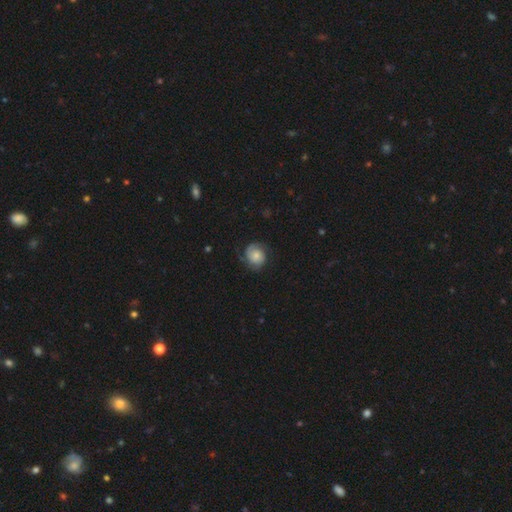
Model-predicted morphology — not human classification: smooth_or_featured: featured or disk (p=0.57) [alt: smooth p=0.35]
disk_edge_on: no (p=0.98) [alt: yes p=0.02]
bar: no (p=0.77) [alt: weak p=0.20]
has_spiral_arms: yes (p=0.91) [alt: no p=0.09]
spiral_winding: tight (p=0.50) [alt: medium p=0.35]
spiral_arm_count: 2 (p=0.66) [alt: can't tell p=0.13]
bulge_size: small (p=0.40) [alt: moderate p=0.39]
merging: none (p=0.70) [alt: minor disturbance p=0.20]